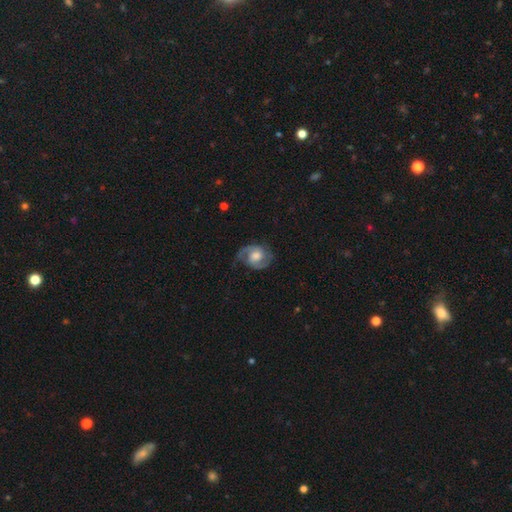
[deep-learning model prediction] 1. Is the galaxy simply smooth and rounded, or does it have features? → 82% featured or disk, 12% smooth, 5% star or artifact.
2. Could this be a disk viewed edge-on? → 98% no, 2% yes.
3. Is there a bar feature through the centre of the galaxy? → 48% no, 43% weak, 10% strong.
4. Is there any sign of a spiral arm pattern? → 95% yes, 5% no.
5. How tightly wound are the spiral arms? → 51% medium, 29% tight, 19% loose.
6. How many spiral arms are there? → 89% 2, 4% can't tell, 3% 1, 1% 3, 1% 4, 1% more than 4.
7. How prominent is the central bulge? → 50% moderate, 30% large, 12% small, 6% none, 2% dominant.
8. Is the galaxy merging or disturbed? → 70% none, 20% minor disturbance, 9% major disturbance, 1% merger.